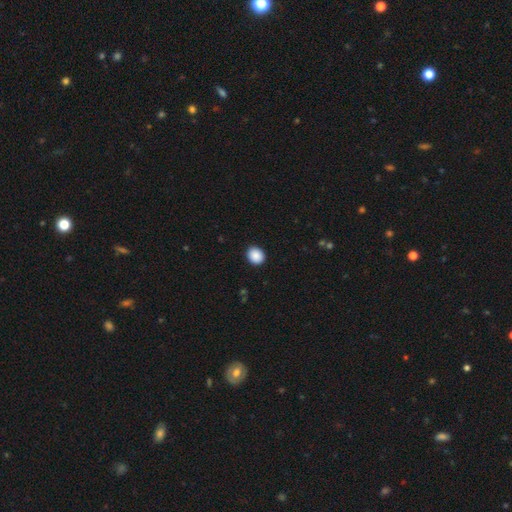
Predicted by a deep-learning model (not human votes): smooth_or_featured: smooth (p=0.89) [alt: star or artifact p=0.08]
how_rounded: round (p=0.63) [alt: in between p=0.36]
merging: none (p=0.91) [alt: minor disturbance p=0.06]